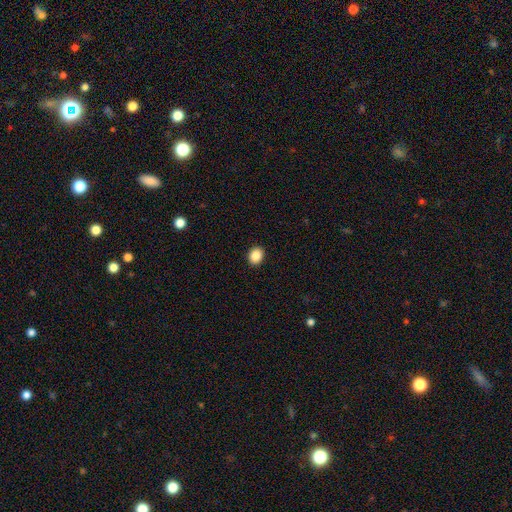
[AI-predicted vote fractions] Smooth or featured?
  - smooth: 87% *
  - star or artifact: 9%
  - featured or disk: 4%
How rounded?
  - round: 52% *
  - in between: 47%
  - cigar-shaped: 1%
Merging?
  - none: 92% *
  - minor disturbance: 6%
  - major disturbance: 2%
  - merger: 1%